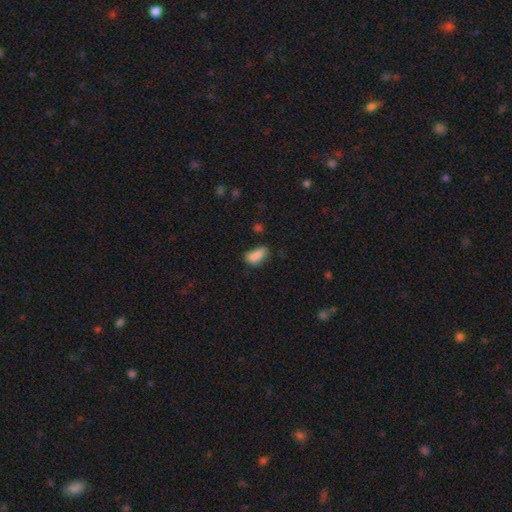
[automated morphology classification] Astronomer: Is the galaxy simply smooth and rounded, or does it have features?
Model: smooth — 81%.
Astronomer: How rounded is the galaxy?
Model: in between — 85%.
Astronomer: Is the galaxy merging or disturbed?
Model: none — 45% (runner-up: minor disturbance, 30%).